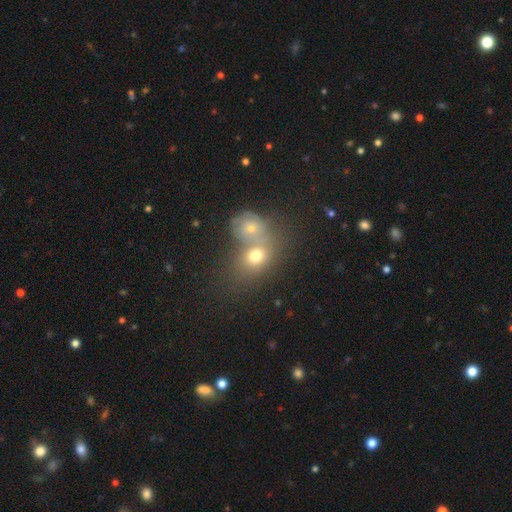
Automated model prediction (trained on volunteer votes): A smooth galaxy with no disk features (67%) that is round (56%).

Vote fractions:
- Smooth or featured? smooth: 67% / featured or disk: 19% / star or artifact: 14%
- How rounded? round: 56% / in between: 43% / cigar-shaped: 1%
- Merging? merger: 56% / none: 31% / minor disturbance: 8% / major disturbance: 5%